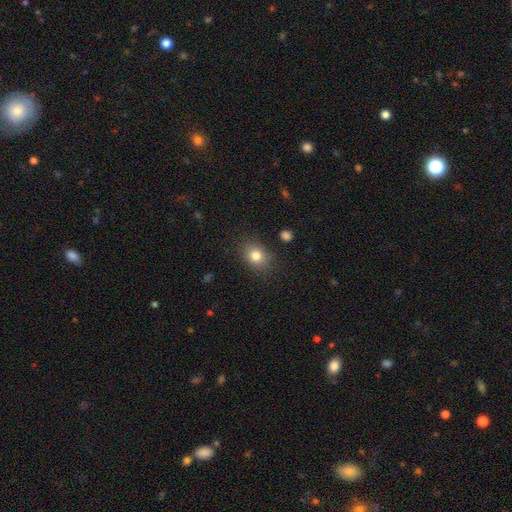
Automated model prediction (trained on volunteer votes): This is clearly a smooth galaxy (80%). How rounded: possibly in between (51%). Merging: clearly none (84%).